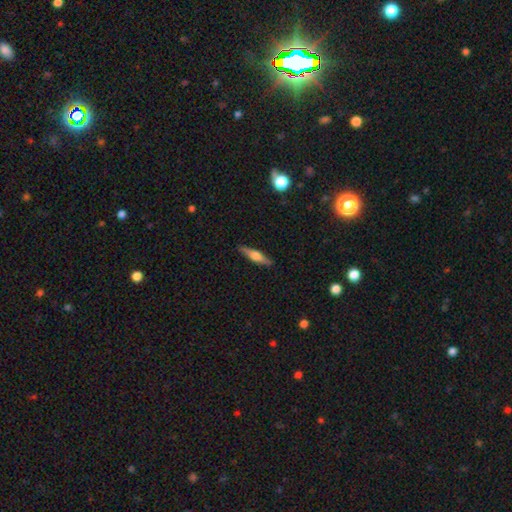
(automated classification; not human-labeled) Overall: featured or disk (50%; smooth 44%). Merging: none (88%).